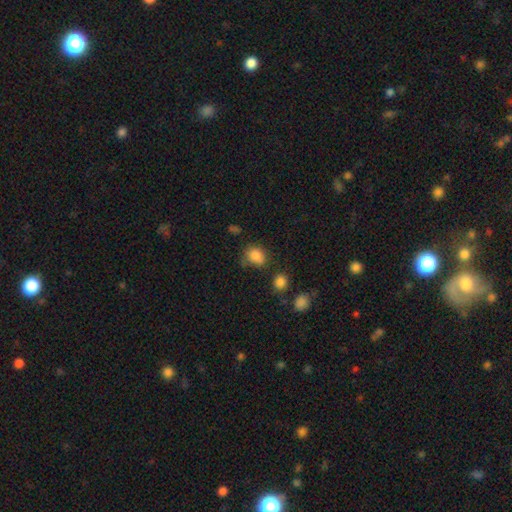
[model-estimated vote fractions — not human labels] A smooth galaxy with no disk features (83%) that is round (56%).

Vote fractions:
- Smooth or featured? smooth: 83% / star or artifact: 11% / featured or disk: 6%
- How rounded? round: 56% / in between: 43% / cigar-shaped: 1%
- Merging? none: 59% / minor disturbance: 25% / major disturbance: 8% / merger: 7%